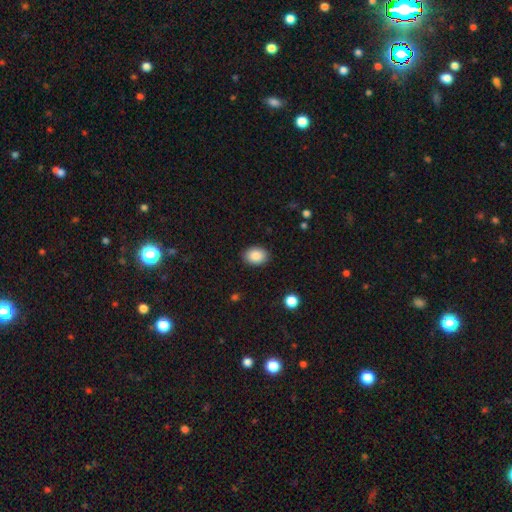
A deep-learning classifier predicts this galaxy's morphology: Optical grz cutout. It shows a smooth galaxy with no disk features (88%) that is in between round and cigar-shaped (70%). Merging: none (89%).